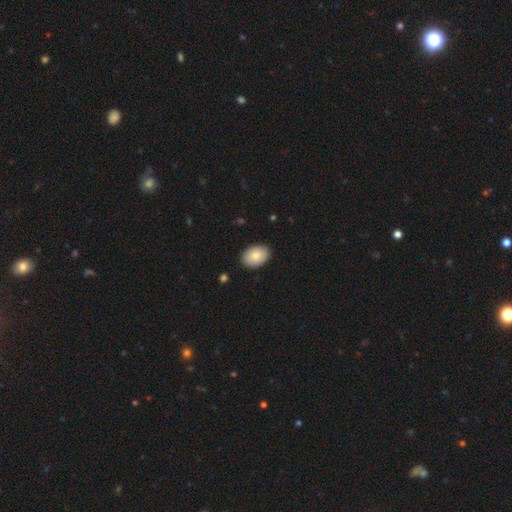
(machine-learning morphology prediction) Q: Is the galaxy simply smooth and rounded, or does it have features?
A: smooth — 86%.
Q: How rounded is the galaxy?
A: in between — 85%.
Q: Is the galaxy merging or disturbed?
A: none — 89%.